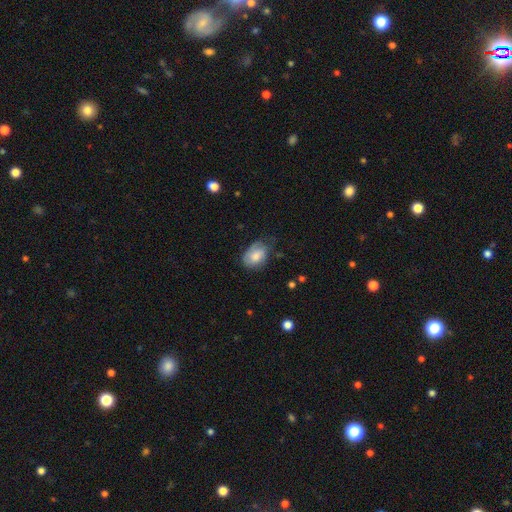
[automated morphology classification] This appears to be a smooth galaxy with no disk features (65%) that is in between round and cigar-shaped (77%). Merging: none (53%).